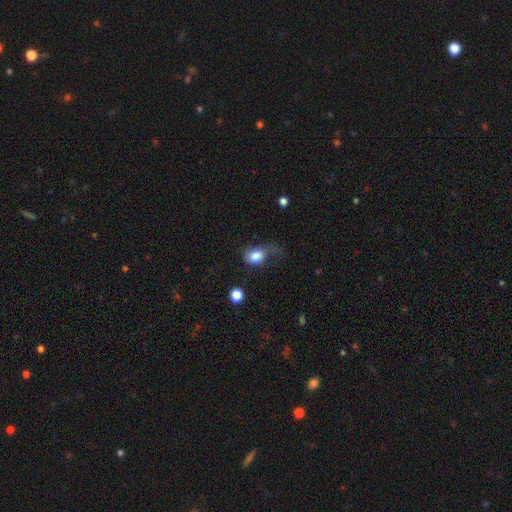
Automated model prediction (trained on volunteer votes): smooth-or-featured: smooth: 78% | featured or disk: 13% | star or artifact: 8%
  how-rounded: in between: 65% | round: 34% | cigar-shaped: 1%
  merging: major disturbance: 43% | minor disturbance: 27% | none: 26% | merger: 4%